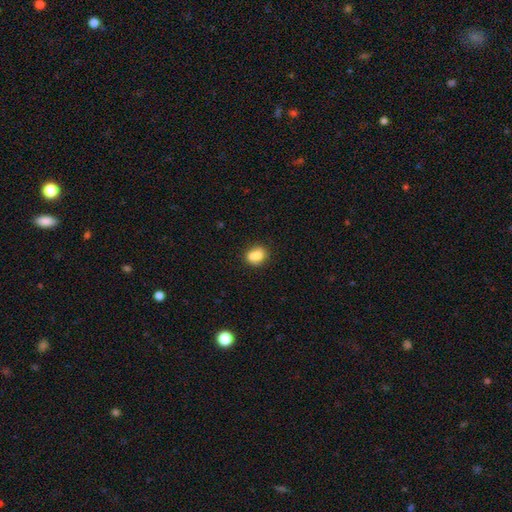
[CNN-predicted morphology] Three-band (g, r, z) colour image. It shows a smooth galaxy with no disk features (75%) that is round (52%). Merging: none (50%).